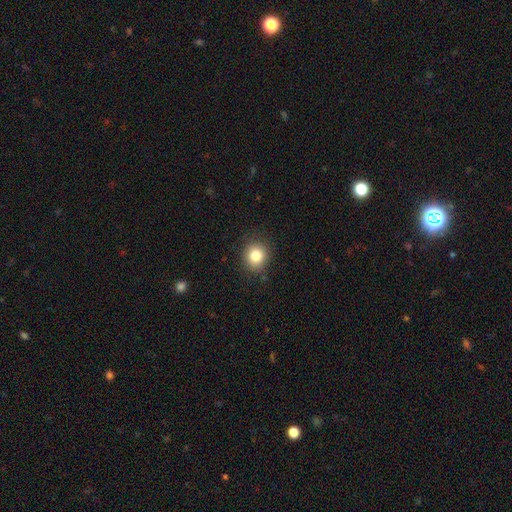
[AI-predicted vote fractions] This is clearly a smooth galaxy (83%). How rounded: clearly round (83%). Merging: clearly none (87%).